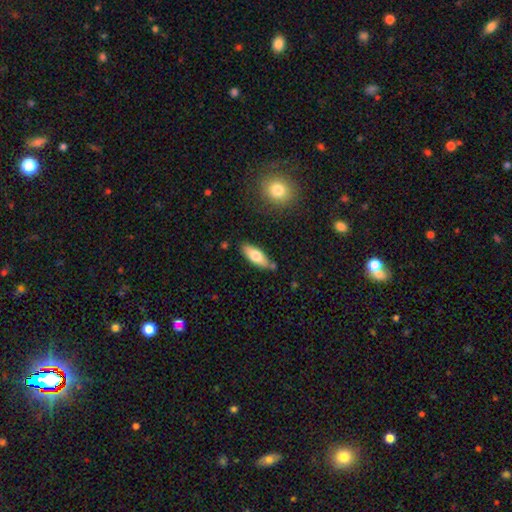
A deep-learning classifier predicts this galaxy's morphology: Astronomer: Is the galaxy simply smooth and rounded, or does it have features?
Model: smooth — 72%.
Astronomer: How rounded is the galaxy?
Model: in between — 71%.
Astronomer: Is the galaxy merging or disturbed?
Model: none — 79%.